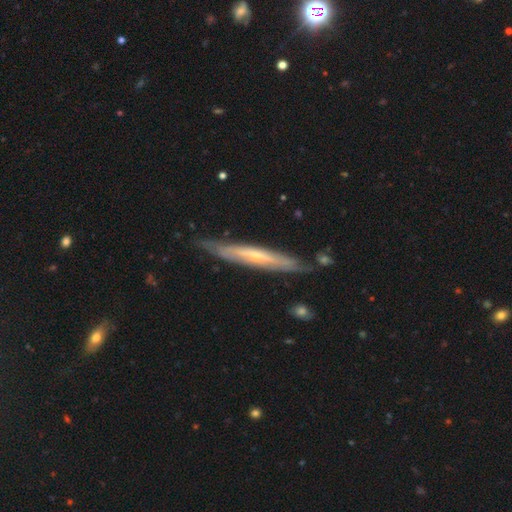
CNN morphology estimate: featured or disk 71%, smooth 24%, star or artifact 6%. Down the decision tree: edge-on disk — yes (80%); edge-on bulge — rounded (57%); merging — none (78%).